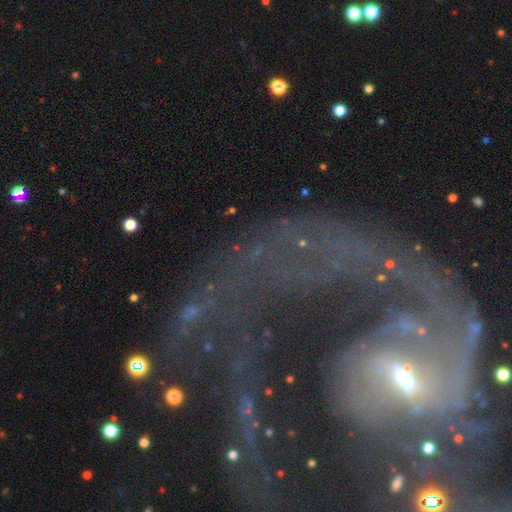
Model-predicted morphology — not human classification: Q: Smooth or featured?
A: featured or disk (77%); runner-up: star or artifact (13%)
Q: Edge-on disk?
A: no (94%); runner-up: yes (6%)
Q: Bar?
A: weak (35%); runner-up: strong (34%)
Q: Spiral arms?
A: yes (82%); runner-up: no (18%)
Q: Spiral winding?
A: medium (37%); runner-up: loose (35%)
Q: Spiral arm count?
A: 2 (55%); runner-up: can't tell (14%)
Q: Bulge size?
A: small (44%); runner-up: moderate (43%)
Q: Merging?
A: none (44%); runner-up: major disturbance (33%)